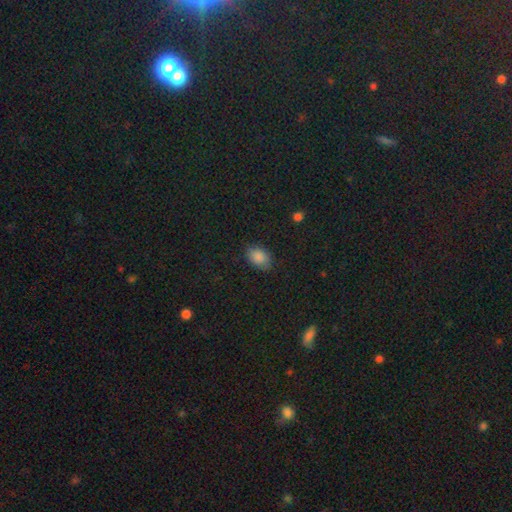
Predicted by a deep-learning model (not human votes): smooth_or_featured: smooth (p=0.83) [alt: star or artifact p=0.12]
how_rounded: in between (p=0.81) [alt: round p=0.17]
merging: none (p=0.83) [alt: minor disturbance p=0.13]